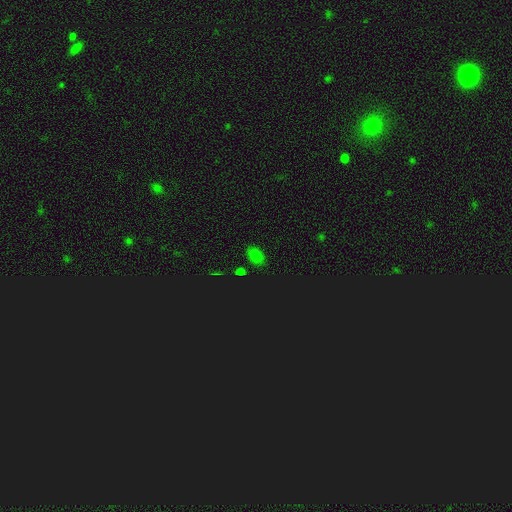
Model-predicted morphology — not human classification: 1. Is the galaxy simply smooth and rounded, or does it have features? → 69% smooth, 26% star or artifact, 5% featured or disk.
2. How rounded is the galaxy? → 78% in between, 20% round, 2% cigar-shaped.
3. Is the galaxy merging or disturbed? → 83% none, 12% minor disturbance, 3% major disturbance, 3% merger.